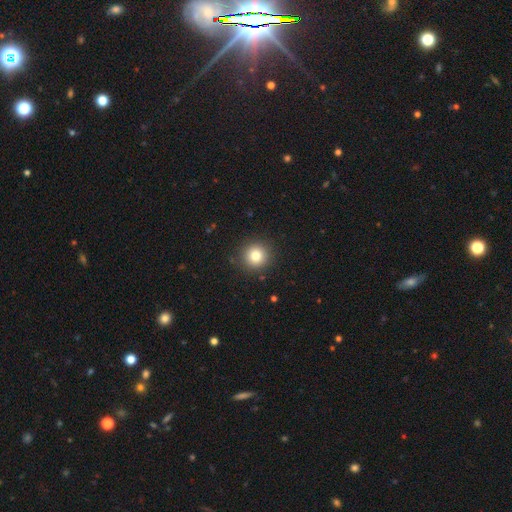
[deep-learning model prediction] smooth_or_featured: smooth (p=0.81) [alt: star or artifact p=0.11]
how_rounded: round (p=0.94) [alt: in between p=0.05]
merging: none (p=0.89) [alt: minor disturbance p=0.07]